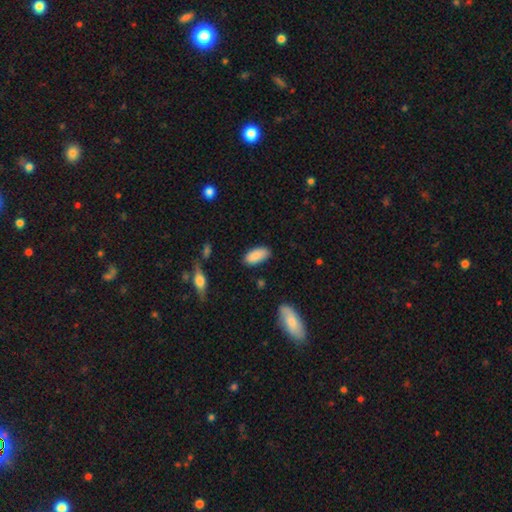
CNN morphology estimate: Smooth or featured? smooth (88%)
How rounded? in between (92%)
Merging? none (84%)